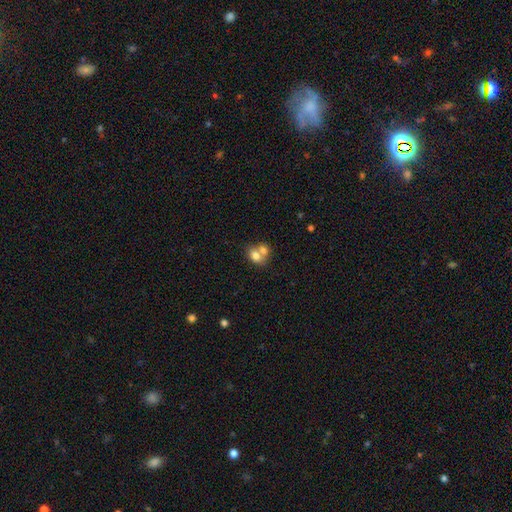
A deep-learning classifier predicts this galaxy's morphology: This is likely a smooth galaxy (75%). How rounded: possibly in between (57%). Merging: likely merger (61%).